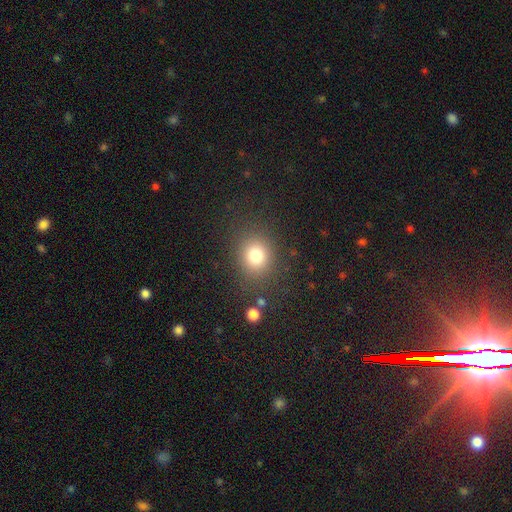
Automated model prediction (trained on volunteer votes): A smooth galaxy with no disk features (78%) that is round (77%). Merging: none (84%).